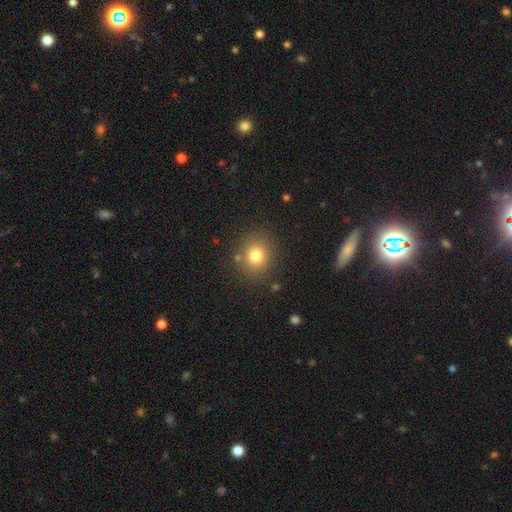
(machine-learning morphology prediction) Smooth or featured? Predicted: smooth (p=0.78). How rounded? Predicted: round (p=0.81). Merging? Predicted: none (p=0.85).